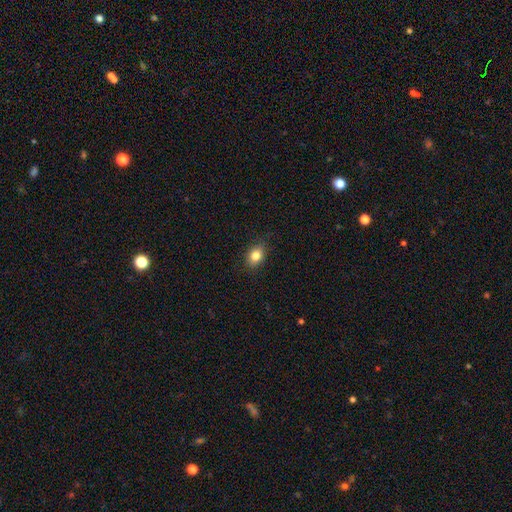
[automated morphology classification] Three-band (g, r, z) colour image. It shows a smooth galaxy with no disk features (83%) that is in between round and cigar-shaped (69%). Merging: none (86%).